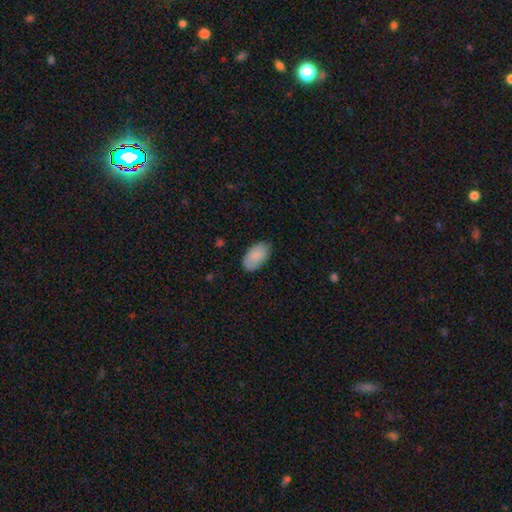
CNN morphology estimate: Smooth or featured?
  - smooth: 86% *
  - featured or disk: 8%
  - star or artifact: 6%
How rounded?
  - in between: 95% *
  - round: 4%
  - cigar-shaped: 1%
Merging?
  - none: 78% *
  - minor disturbance: 18%
  - major disturbance: 3%
  - merger: 1%